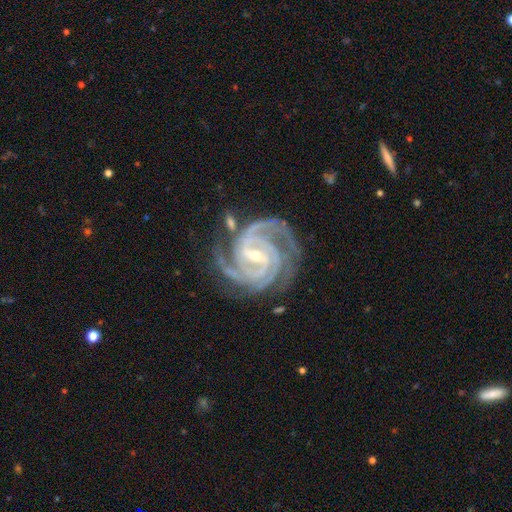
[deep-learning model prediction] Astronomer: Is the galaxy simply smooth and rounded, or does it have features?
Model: featured or disk — 94%.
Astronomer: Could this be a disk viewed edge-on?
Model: no — 98%.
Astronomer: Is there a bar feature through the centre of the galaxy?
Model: weak — 46% (runner-up: strong, 38%).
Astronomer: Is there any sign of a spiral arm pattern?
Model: yes — 99%.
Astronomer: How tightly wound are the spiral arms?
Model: tight — 72%.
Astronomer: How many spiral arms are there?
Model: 3 — 35% (runner-up: 4, 31%).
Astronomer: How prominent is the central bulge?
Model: small — 63%.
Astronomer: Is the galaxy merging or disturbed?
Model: none — 73%.